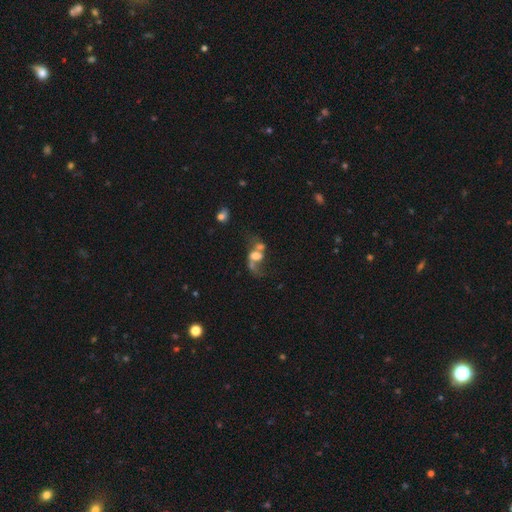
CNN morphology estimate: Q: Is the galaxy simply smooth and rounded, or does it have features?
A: featured or disk — 53%.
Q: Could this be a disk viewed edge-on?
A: no — 95%.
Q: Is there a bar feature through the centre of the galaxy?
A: no — 62%.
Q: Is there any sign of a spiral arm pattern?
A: yes — 61%.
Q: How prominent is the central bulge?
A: moderate — 35%.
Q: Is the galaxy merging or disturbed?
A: merger — 52%.